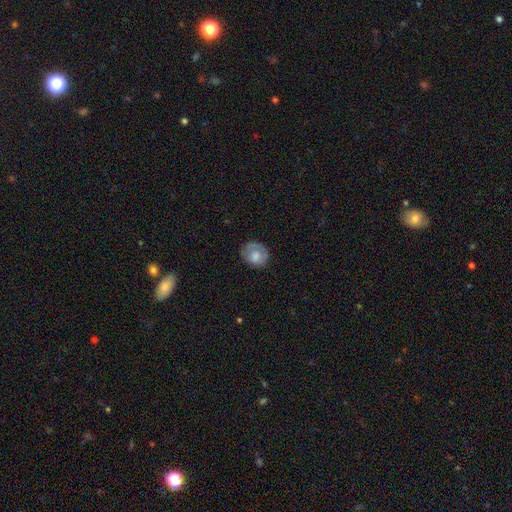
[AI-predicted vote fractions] smooth-or-featured: smooth: 70% | featured or disk: 23% | star or artifact: 8%
  how-rounded: round: 65% | in between: 34% | cigar-shaped: 1%
  merging: none: 66% | minor disturbance: 23% | major disturbance: 10% | merger: 1%